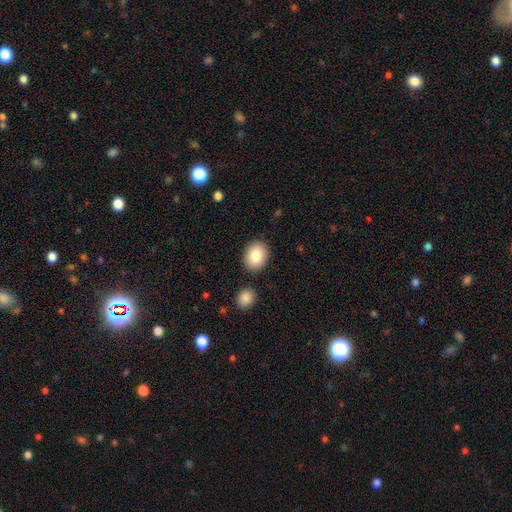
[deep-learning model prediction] Smooth or featured?
  - smooth: 83% *
  - featured or disk: 9%
  - star or artifact: 8%
How rounded?
  - in between: 53% *
  - round: 46%
  - cigar-shaped: 1%
Merging?
  - none: 86% *
  - minor disturbance: 8%
  - merger: 4%
  - major disturbance: 2%